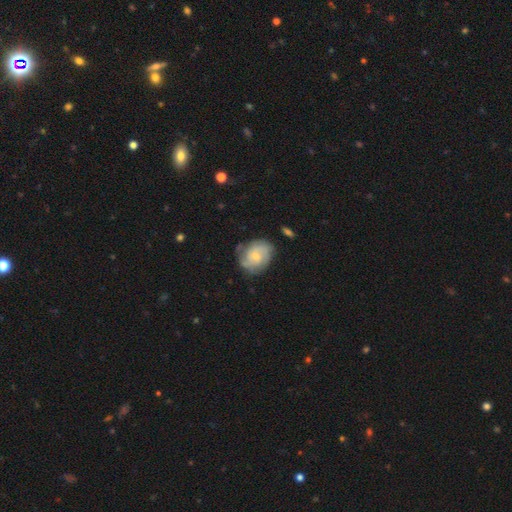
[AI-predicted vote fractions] A featured or disk galaxy (66%) with no bar (62%), 2 (50%) tight (43%) spiral arms (89%) and a small central bulge (62%).

Vote fractions:
- Smooth or featured? featured or disk: 66% / smooth: 28% / star or artifact: 6%
- Edge-on disk? no: 98% / yes: 2%
- Bar? no: 62% / weak: 34% / strong: 4%
- Spiral arms? yes: 89% / no: 11%
- Spiral winding? tight: 43% / medium: 41% / loose: 15%
- Spiral arm count? 2: 50% / can't tell: 26% / 3: 14% / 1: 4% / 4: 4% / more than 4: 3%
- Bulge size? small: 62% / moderate: 32% / none: 3% / large: 2% / dominant: 1%
- Merging? none: 69% / minor disturbance: 21% / major disturbance: 7% / merger: 3%